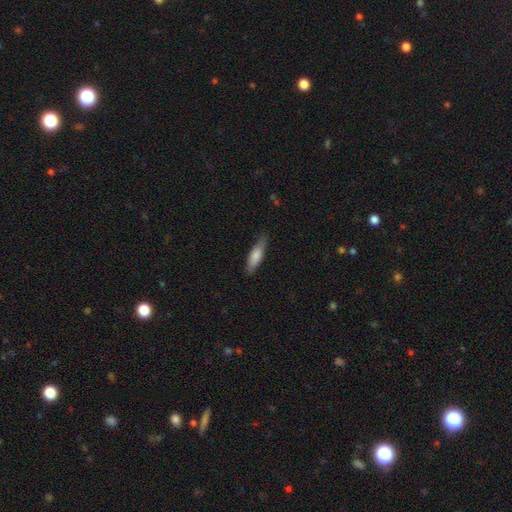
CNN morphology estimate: Overall: smooth (74%). How rounded: cigar-shaped (61%; in between 38%). Merging: none (78%).